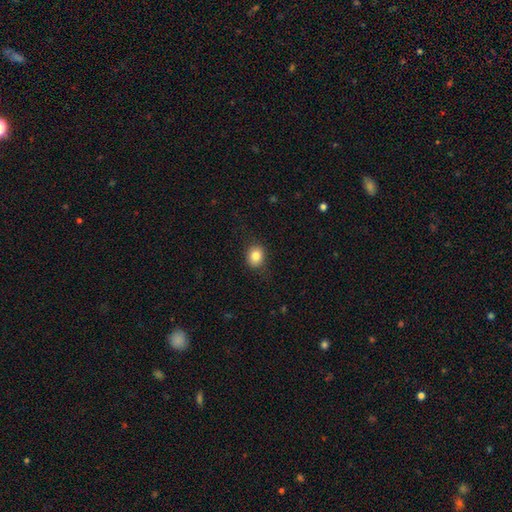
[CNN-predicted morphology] This appears to be a smooth galaxy with no disk features (83%) that is round (62%). Merging: none (84%).